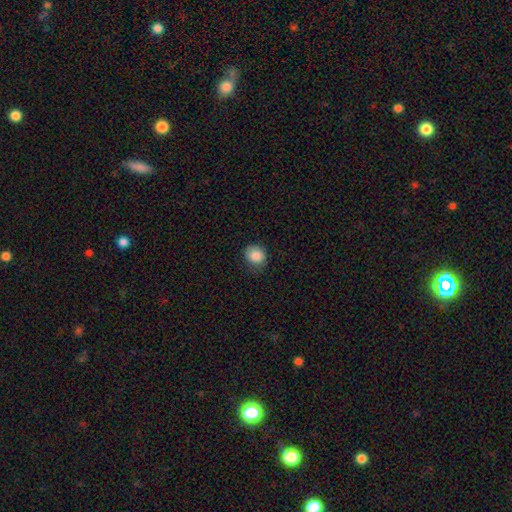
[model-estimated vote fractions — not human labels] Smooth or featured? Predicted: smooth (p=0.86). How rounded? Predicted: round (p=0.72). Merging? Predicted: none (p=0.74).